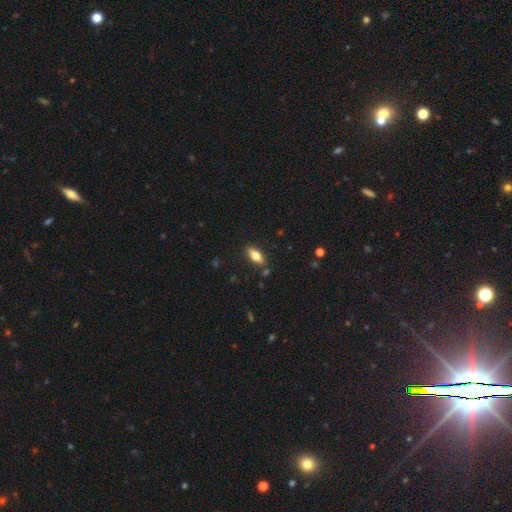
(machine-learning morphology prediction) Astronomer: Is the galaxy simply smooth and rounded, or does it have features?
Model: smooth — 72%.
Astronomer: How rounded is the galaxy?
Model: in between — 79%.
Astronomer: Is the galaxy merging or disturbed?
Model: none — 84%.